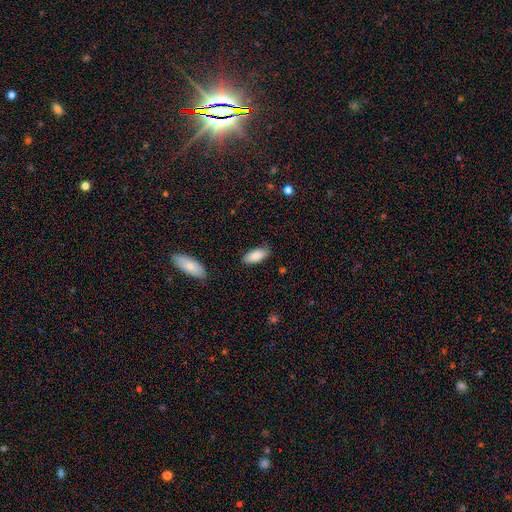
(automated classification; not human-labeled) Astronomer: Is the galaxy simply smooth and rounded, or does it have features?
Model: smooth — 86%.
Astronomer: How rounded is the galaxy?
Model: in between — 86%.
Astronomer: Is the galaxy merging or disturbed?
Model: none — 85%.